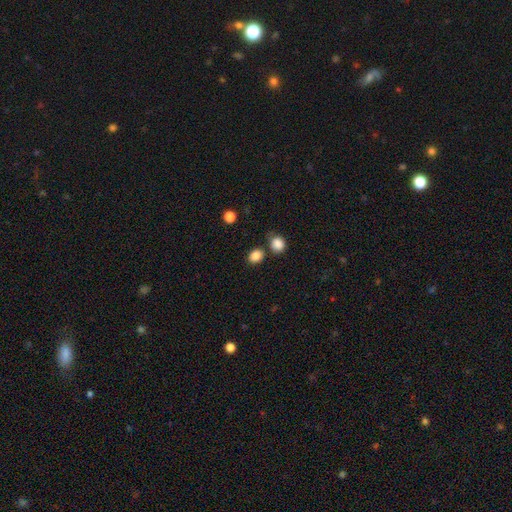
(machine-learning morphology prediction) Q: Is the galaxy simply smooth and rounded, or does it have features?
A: smooth — 85%.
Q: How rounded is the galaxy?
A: round — 54%.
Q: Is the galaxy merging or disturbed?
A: none — 72%.